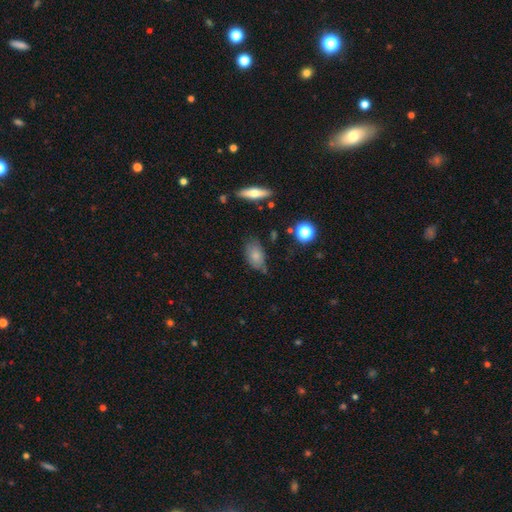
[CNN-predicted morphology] Smooth or featured? smooth (76%)
How rounded? in between (89%)
Merging? none (59%)